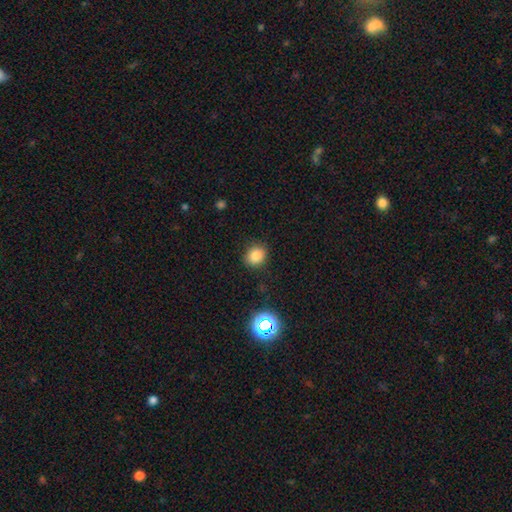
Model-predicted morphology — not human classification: Smooth or featured?
  - smooth: 82% *
  - star or artifact: 13%
  - featured or disk: 5%
How rounded?
  - round: 68% *
  - in between: 31%
  - cigar-shaped: 1%
Merging?
  - none: 87% *
  - minor disturbance: 9%
  - major disturbance: 3%
  - merger: 1%